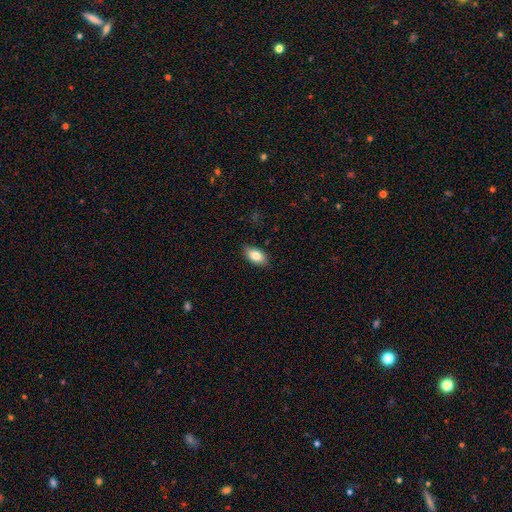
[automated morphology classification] smooth_or_featured: smooth (p=0.83) [alt: featured or disk p=0.10]
how_rounded: in between (p=0.92) [alt: round p=0.05]
merging: none (p=0.86) [alt: minor disturbance p=0.11]